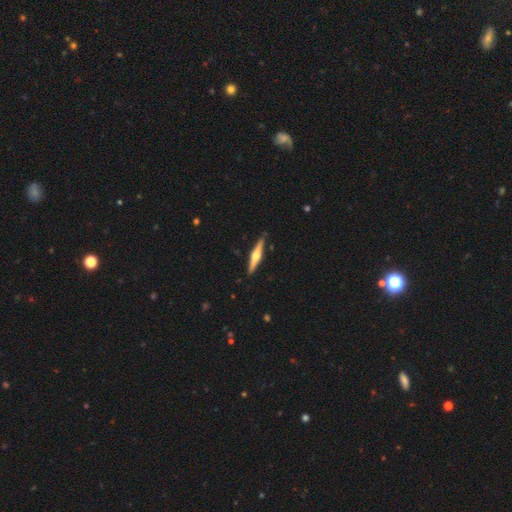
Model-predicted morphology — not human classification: Smooth or featured? Predicted: featured or disk (p=0.74). Edge-on disk? Predicted: yes (p=0.98). Edge-on bulge? Predicted: rounded (p=0.92). Merging? Predicted: none (p=0.90).